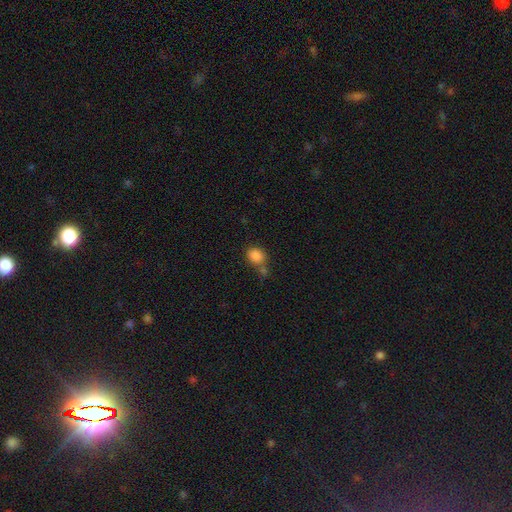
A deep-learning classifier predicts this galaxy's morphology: Overall: smooth (85%). How rounded: round (55%; in between 44%). Merging: none (54%; merger 27%).